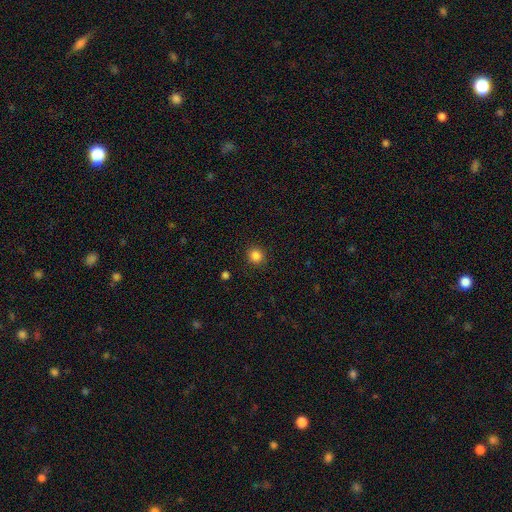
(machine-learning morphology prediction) A smooth galaxy with no disk features (85%) that is round (91%). Merging: none (91%).